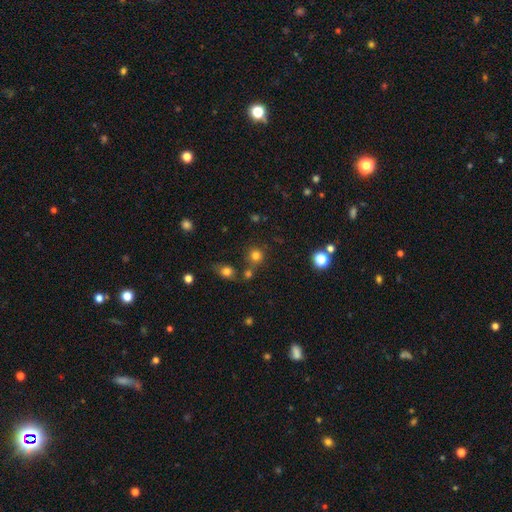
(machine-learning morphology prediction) smooth-or-featured: smooth: 77% | star or artifact: 17% | featured or disk: 7%
  how-rounded: round: 90% | in between: 9% | cigar-shaped: 1%
  merging: none: 71% | merger: 15% | minor disturbance: 9% | major disturbance: 4%